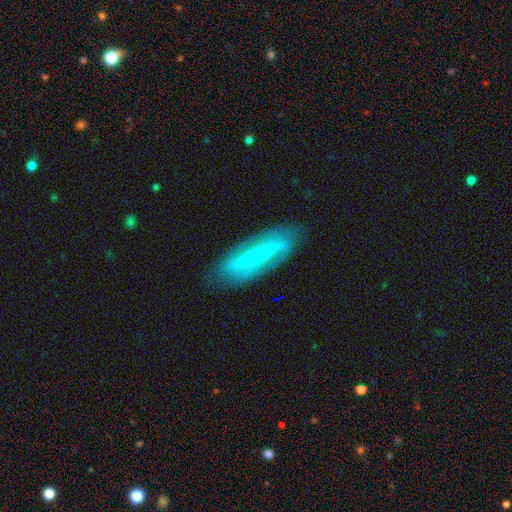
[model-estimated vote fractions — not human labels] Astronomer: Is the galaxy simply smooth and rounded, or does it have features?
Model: featured or disk — 74%.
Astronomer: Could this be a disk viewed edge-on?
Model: no — 69%.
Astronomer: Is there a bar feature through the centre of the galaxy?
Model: strong — 55%.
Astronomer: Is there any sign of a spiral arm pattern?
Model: yes — 69%.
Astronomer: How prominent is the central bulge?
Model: small — 78%.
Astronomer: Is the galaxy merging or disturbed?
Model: none — 78%.